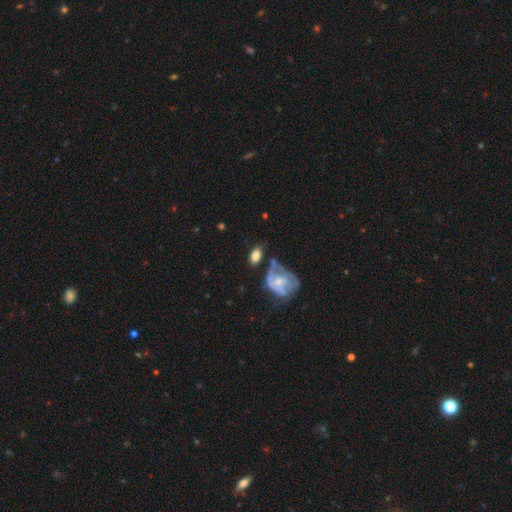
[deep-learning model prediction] Smooth or featured? smooth (66%)
How rounded? in between (82%)
Merging? none (45%)